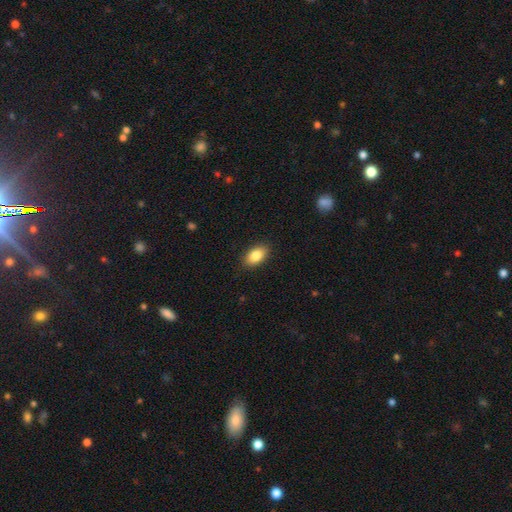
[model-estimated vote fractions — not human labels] Smooth or featured?
  - smooth: 85% *
  - featured or disk: 8%
  - star or artifact: 7%
How rounded?
  - in between: 91% *
  - round: 6%
  - cigar-shaped: 3%
Merging?
  - none: 88% *
  - minor disturbance: 9%
  - major disturbance: 2%
  - merger: 1%